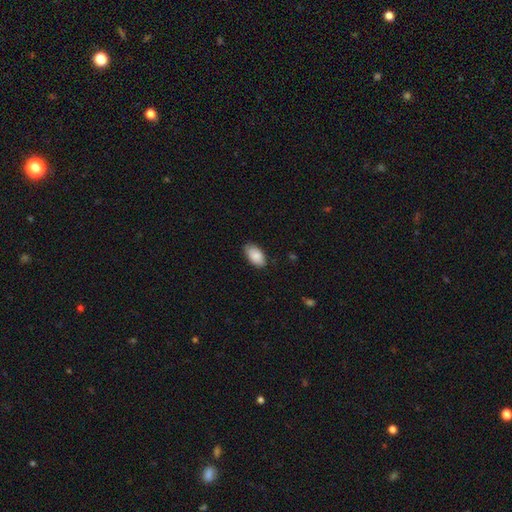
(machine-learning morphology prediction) Overall: smooth (87%). How rounded: in between (95%). Merging: none (80%).